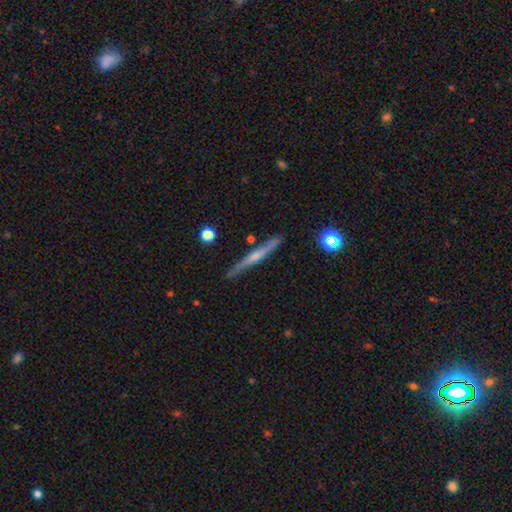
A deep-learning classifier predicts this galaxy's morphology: The model was most divided on "edge-on bulge": rounded: 65%, none: 27%, boxy: 8%. More confident: edge-on disk — yes (97%); merging — none (86%); smooth or featured — featured or disk (68%).